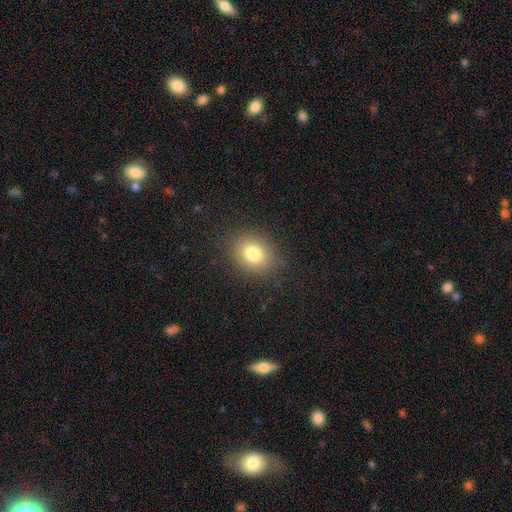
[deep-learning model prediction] smooth 80%, star or artifact 11%, featured or disk 9%. Down the decision tree: how rounded — round (52%); merging — none (83%).